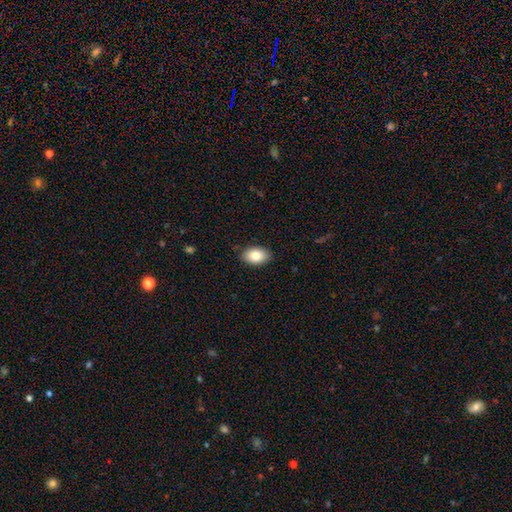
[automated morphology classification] type=smooth (83%); roundness=in between (89%); merging=none (87%).